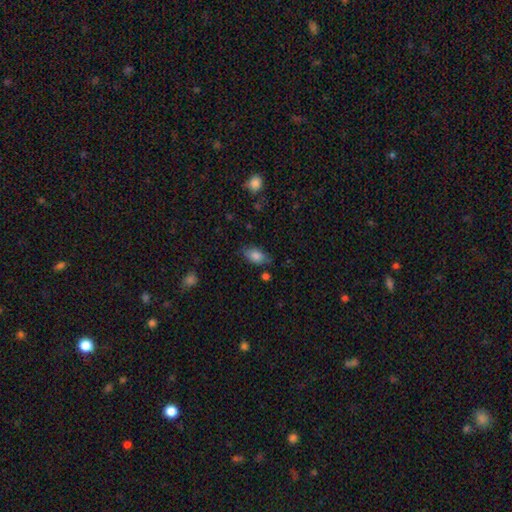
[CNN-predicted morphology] This appears to be a smooth galaxy with no disk features (82%) that is in between round and cigar-shaped (90%). Merging: none (73%).